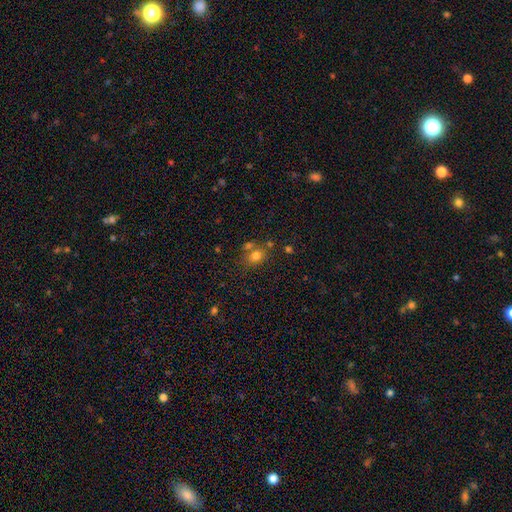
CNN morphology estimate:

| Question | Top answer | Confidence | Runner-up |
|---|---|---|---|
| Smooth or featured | smooth | 76% | star or artifact (15%) |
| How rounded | round | 60% | in between (39%) |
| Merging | none | 57% | merger (24%) |